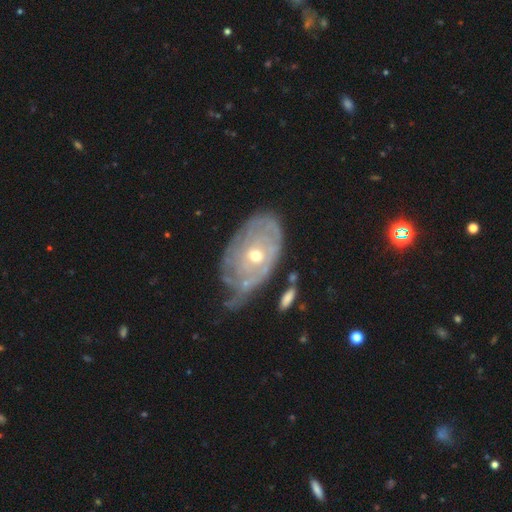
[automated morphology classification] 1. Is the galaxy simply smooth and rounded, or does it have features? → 77% featured or disk, 16% smooth, 7% star or artifact.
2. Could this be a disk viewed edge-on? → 94% no, 6% yes.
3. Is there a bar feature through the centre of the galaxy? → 81% no, 15% weak, 4% strong.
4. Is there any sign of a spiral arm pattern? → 73% yes, 27% no.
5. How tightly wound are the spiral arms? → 76% tight, 17% medium, 7% loose.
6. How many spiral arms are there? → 63% can't tell, 14% 2, 8% 3, 6% 1, 5% 4, 4% more than 4.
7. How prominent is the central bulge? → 49% moderate, 48% small, 2% large, 1% none, 1% dominant.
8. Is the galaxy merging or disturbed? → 42% none, 33% minor disturbance, 17% major disturbance, 7% merger.